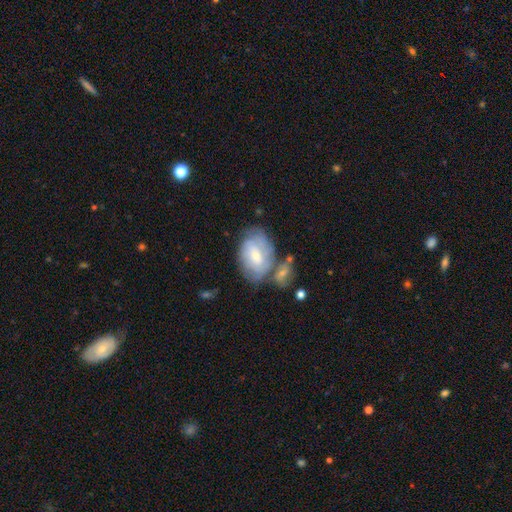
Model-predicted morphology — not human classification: Smooth or featured? featured or disk (58%)
Edge-on disk? no (95%)
Bar? no (54%)
Spiral arms? yes (73%)
Bulge size? small (59%)
Merging? none (46%)